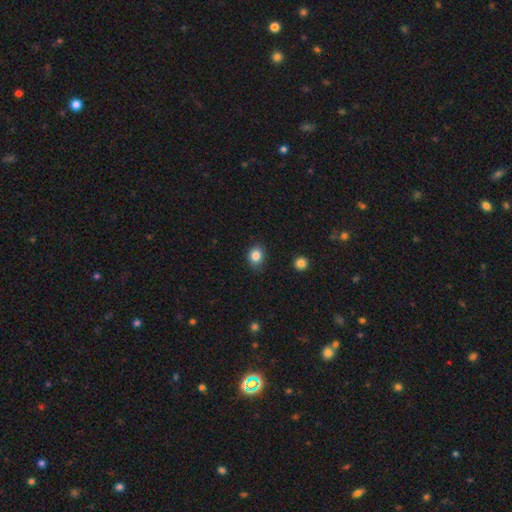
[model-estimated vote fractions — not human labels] A smooth galaxy with no disk features (85%) that is round (62%).

Vote fractions:
- Smooth or featured? smooth: 85% / star or artifact: 10% / featured or disk: 5%
- How rounded? round: 62% / in between: 38% / cigar-shaped: 1%
- Merging? none: 87% / minor disturbance: 10% / major disturbance: 2% / merger: 1%